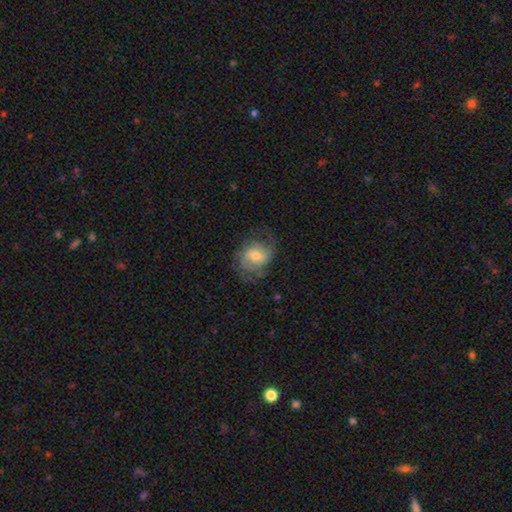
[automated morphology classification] Smooth or featured? Predicted: featured or disk (p=0.62). Edge-on disk? Predicted: no (p=0.97). Bar? Predicted: weak (p=0.48). Spiral arms? Predicted: yes (p=0.87). Spiral winding? Predicted: medium (p=0.46). Spiral arm count? Predicted: 2 (p=0.69). Bulge size? Predicted: moderate (p=0.58). Merging? Predicted: none (p=0.61).